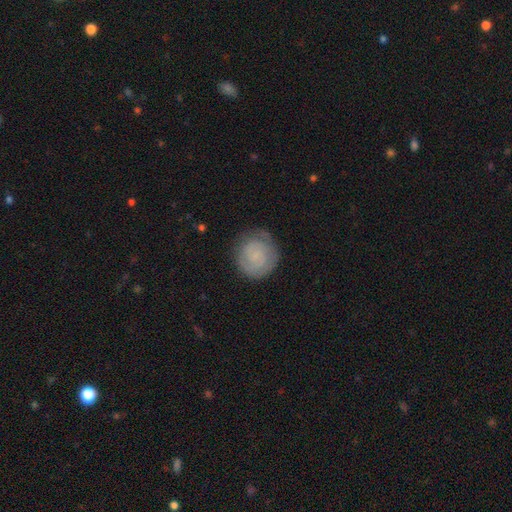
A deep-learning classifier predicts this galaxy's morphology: The model was most divided on "smooth or featured": featured or disk: 47%, smooth: 45%, star or artifact: 8%. More confident: merging — none (75%).